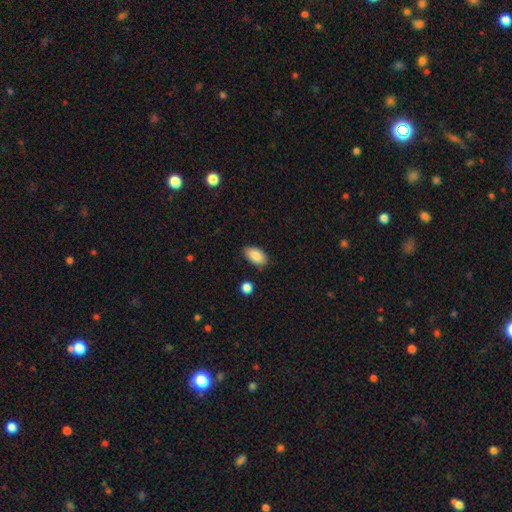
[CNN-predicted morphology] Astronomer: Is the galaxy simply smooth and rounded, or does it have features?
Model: smooth — 88%.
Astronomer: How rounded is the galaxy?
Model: in between — 94%.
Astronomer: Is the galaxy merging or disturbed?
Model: none — 83%.